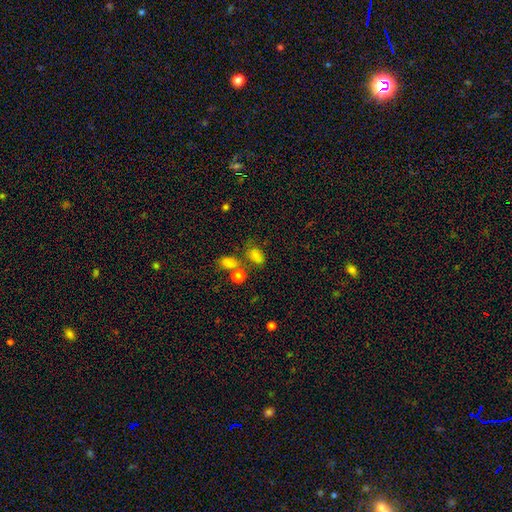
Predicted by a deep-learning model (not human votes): Smooth or featured?
  - smooth: 77% *
  - star or artifact: 14%
  - featured or disk: 9%
How rounded?
  - in between: 82% *
  - round: 16%
  - cigar-shaped: 2%
Merging?
  - none: 53% *
  - merger: 19%
  - minor disturbance: 19%
  - major disturbance: 9%